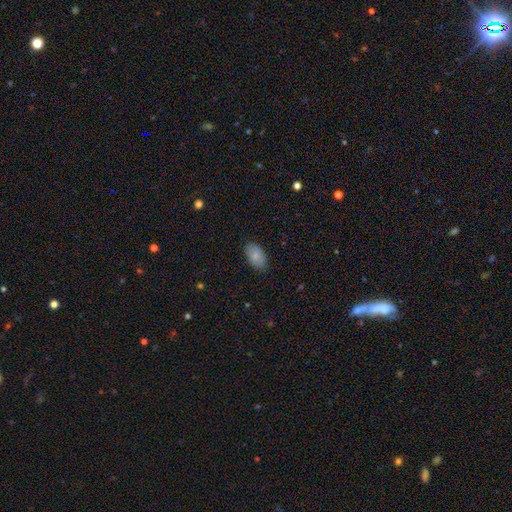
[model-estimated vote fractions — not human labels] Morphology: type=smooth (80%); roundness=in between (93%); merging=none (84%).